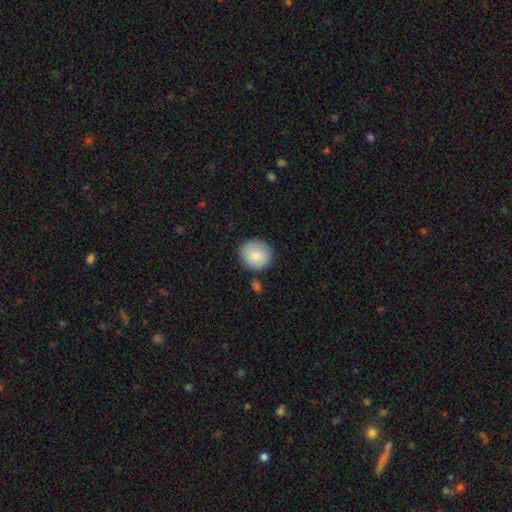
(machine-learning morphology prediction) A smooth galaxy with no disk features (82%) that is round (87%). Merging: none (80%).